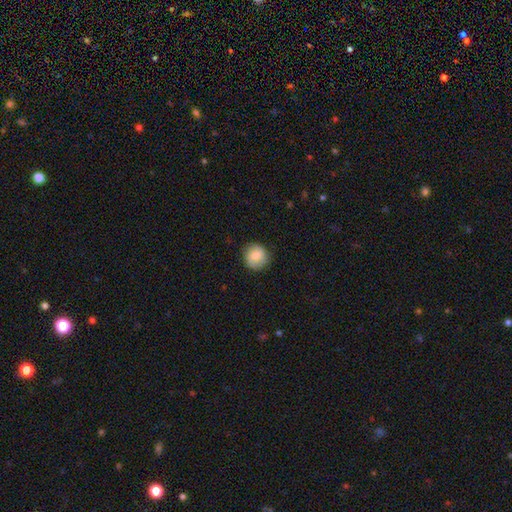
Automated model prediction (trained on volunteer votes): Smooth or featured: smooth — 80% (featured or disk — 13%)
How rounded: round — 90% (in between — 9%)
Merging: none — 83% (minor disturbance — 13%)